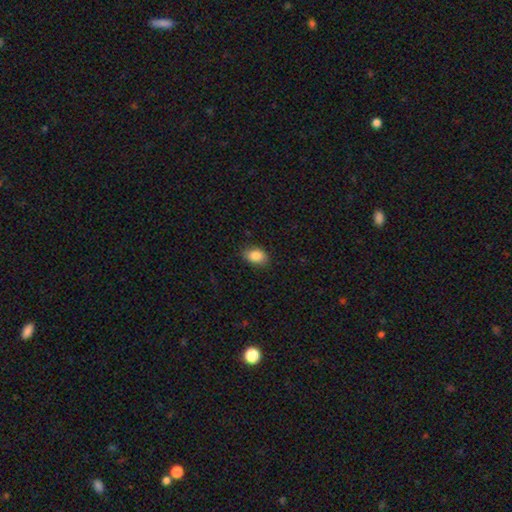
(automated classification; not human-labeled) smooth-or-featured: smooth: 87% | star or artifact: 8% | featured or disk: 5%
  how-rounded: in between: 81% | round: 18% | cigar-shaped: 1%
  merging: none: 83% | minor disturbance: 13% | major disturbance: 3% | merger: 1%